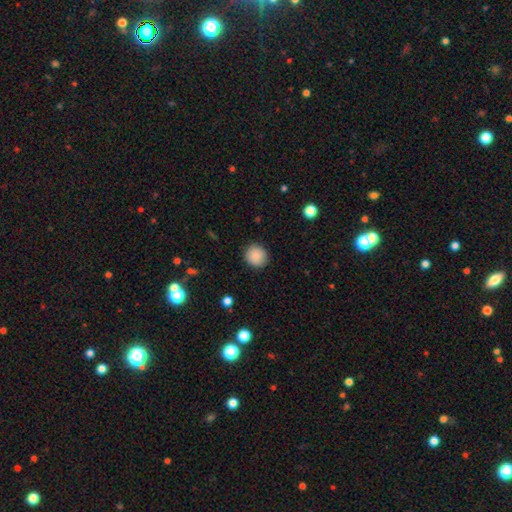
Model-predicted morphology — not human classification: Smooth or featured? smooth (89%)
How rounded? round (92%)
Merging? none (91%)